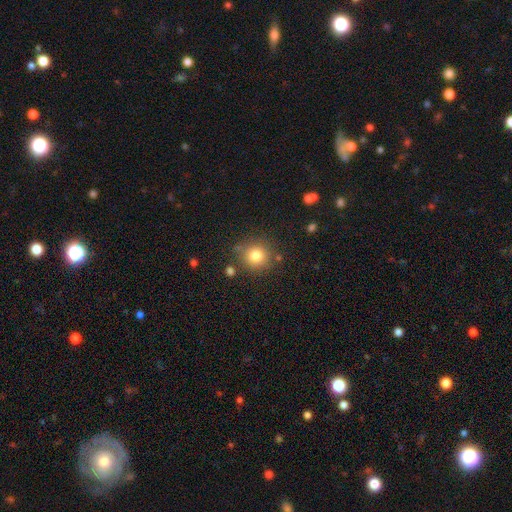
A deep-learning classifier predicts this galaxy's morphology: This appears to be a smooth galaxy with no disk features (81%) that is round (90%). Merging: none (81%).